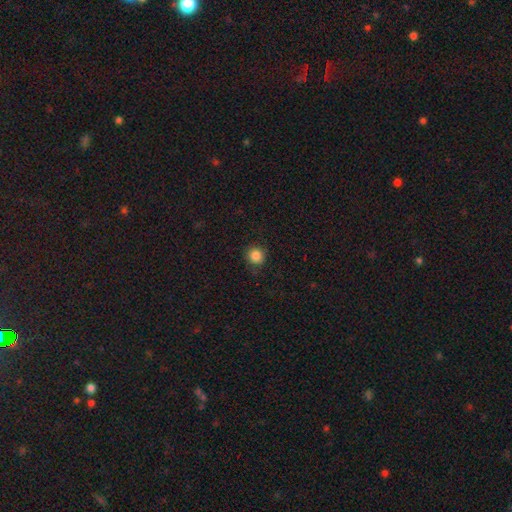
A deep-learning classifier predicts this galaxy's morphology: Smooth or featured? Predicted: smooth (p=0.85). How rounded? Predicted: round (p=0.89). Merging? Predicted: none (p=0.84).